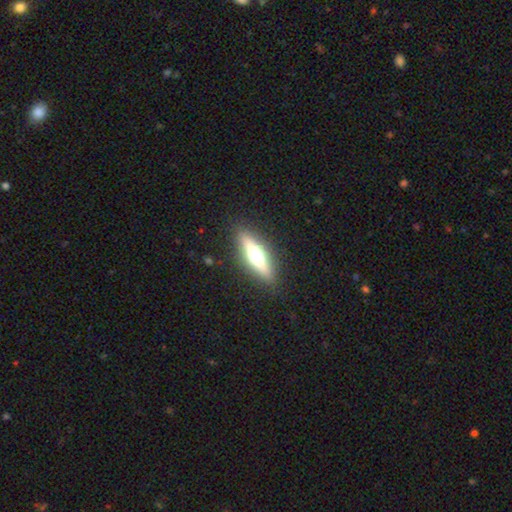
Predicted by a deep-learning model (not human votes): A featured or disk galaxy (60%) viewed edge-on (92%) with a rounded central bulge (95%). Merging: none (89%).